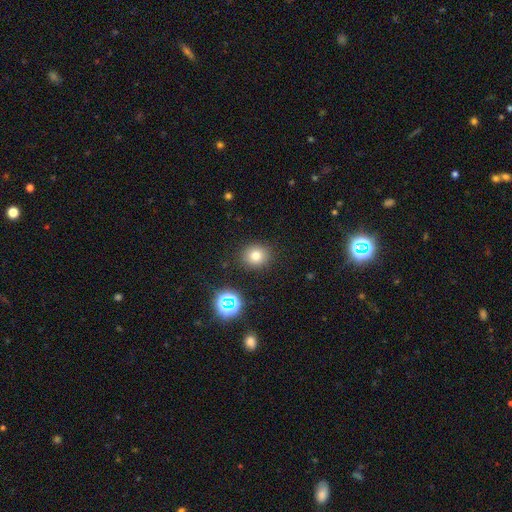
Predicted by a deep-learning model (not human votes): Morphology: type=smooth (74%); roundness=round (83%); merging=none (88%).